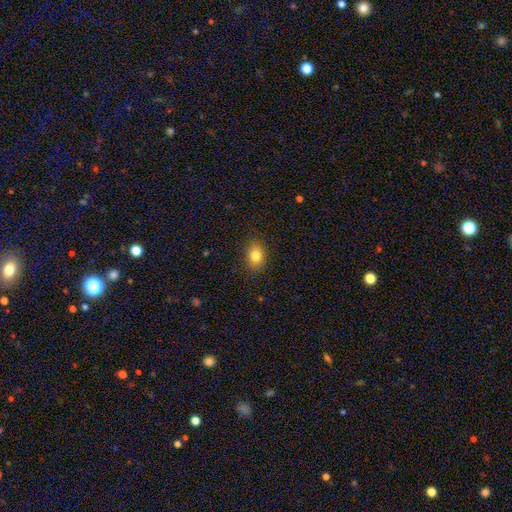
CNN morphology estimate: Smooth or featured: smooth — 82% (star or artifact — 10%)
How rounded: in between — 64% (round — 35%)
Merging: none — 86% (minor disturbance — 10%)